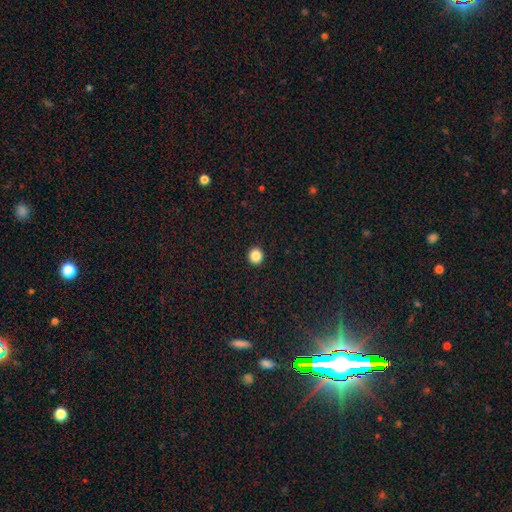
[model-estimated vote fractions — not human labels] Smooth or featured? smooth (86%)
How rounded? round (88%)
Merging? none (94%)